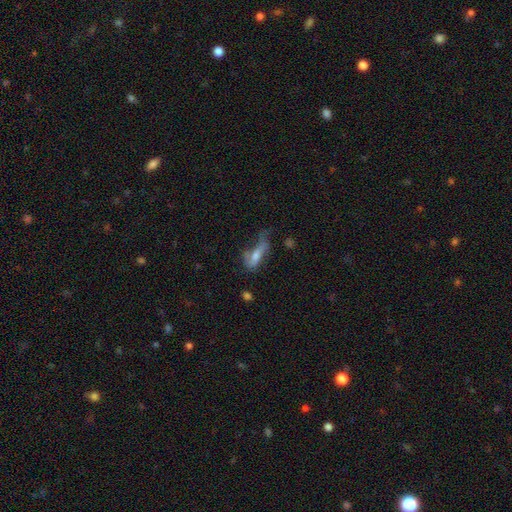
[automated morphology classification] Smooth or featured? Predicted: smooth (p=0.51). How rounded? Predicted: in between (p=0.62). Merging? Predicted: major disturbance (p=0.43).